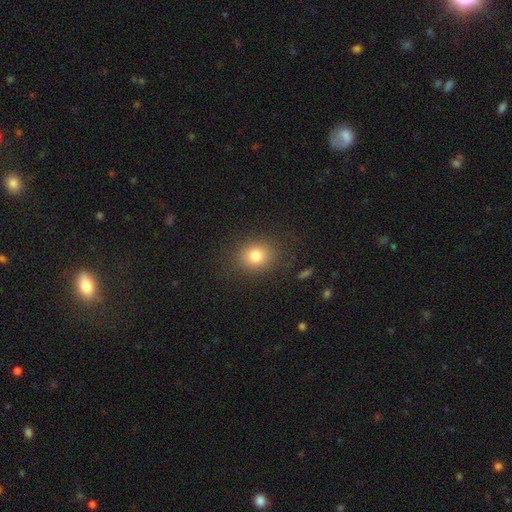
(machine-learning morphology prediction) This appears to be a smooth galaxy with no disk features (80%) that is round (65%). Merging: none (84%).